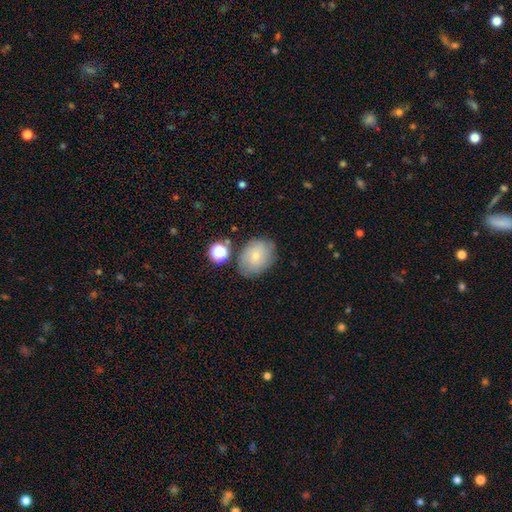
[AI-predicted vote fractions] The model was most divided on "how rounded": in between: 60%, round: 39%, cigar-shaped: 1%. More confident: merging — none (69%); smooth or featured — smooth (58%).